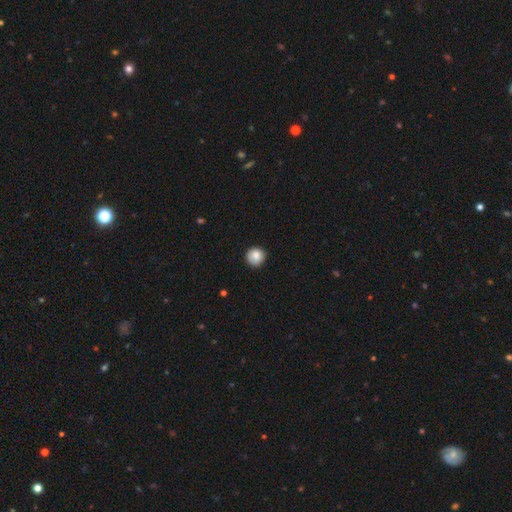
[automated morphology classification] This appears to be a smooth galaxy with no disk features (85%) that is round (93%). Merging: none (85%).